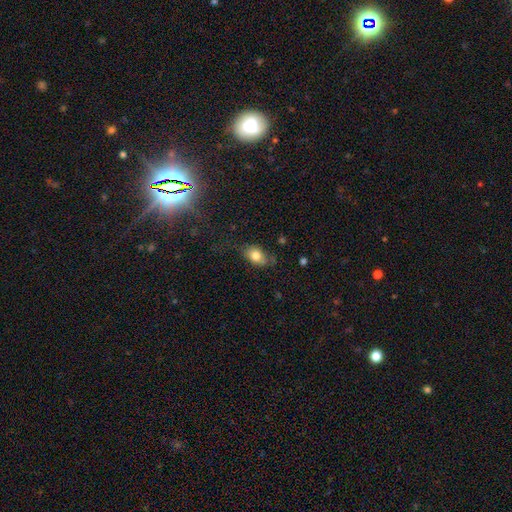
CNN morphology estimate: Smooth or featured: smooth — 78% (featured or disk — 13%)
How rounded: in between — 76% (round — 22%)
Merging: none — 58% (minor disturbance — 27%)